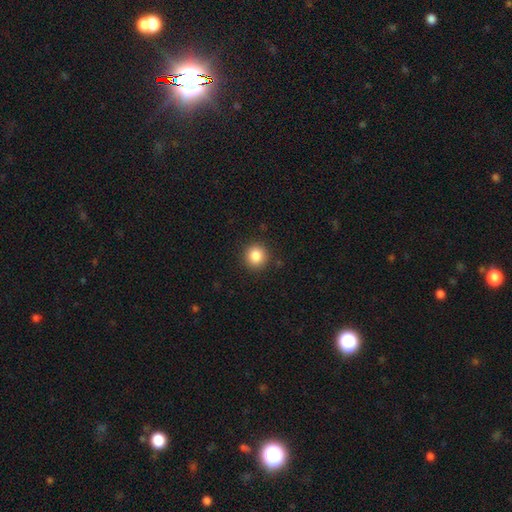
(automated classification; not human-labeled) Morphology: type=smooth (85%); roundness=round (93%); merging=none (91%).